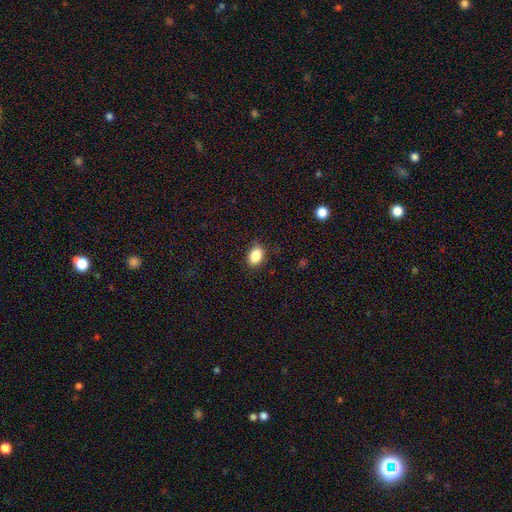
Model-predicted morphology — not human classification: Q: Smooth or featured?
A: smooth (87%); runner-up: star or artifact (9%)
Q: How rounded?
A: in between (80%); runner-up: round (19%)
Q: Merging?
A: none (82%); runner-up: minor disturbance (13%)